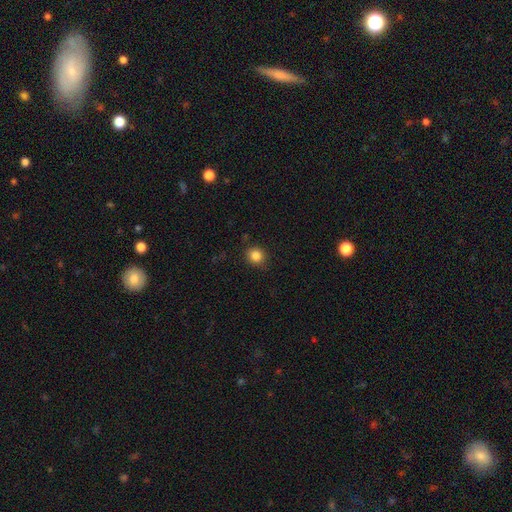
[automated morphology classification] smooth 84%, star or artifact 11%, featured or disk 4%. Down the decision tree: how rounded — round (87%); merging — none (87%).